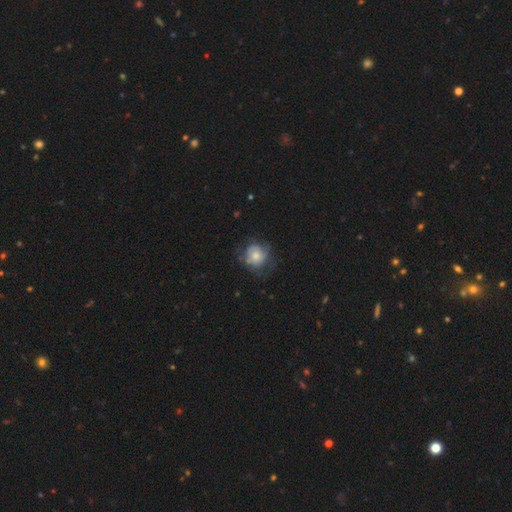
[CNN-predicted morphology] Smooth or featured?
  - smooth: 56% *
  - featured or disk: 35%
  - star or artifact: 9%
How rounded?
  - round: 80% *
  - in between: 19%
  - cigar-shaped: 1%
Merging?
  - none: 55% *
  - minor disturbance: 26%
  - major disturbance: 17%
  - merger: 2%